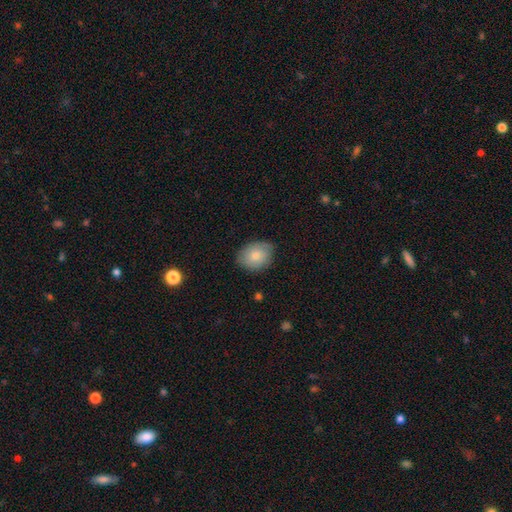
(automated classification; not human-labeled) smooth 79%, featured or disk 14%, star or artifact 7%. Down the decision tree: how rounded — in between (55%); merging — none (77%).